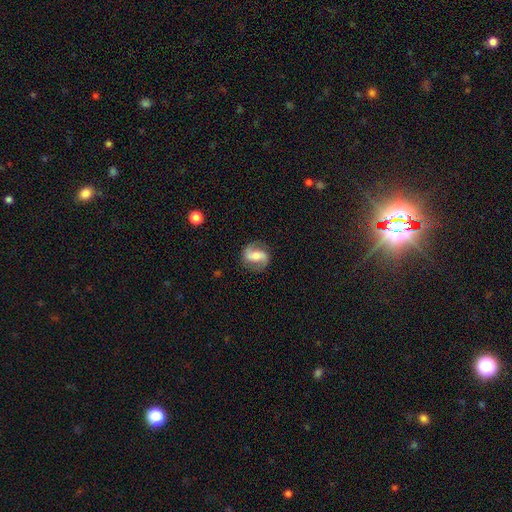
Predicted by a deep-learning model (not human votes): A featured or disk galaxy (78%) with a weak bar (38%), 2 (92%) medium (46%) spiral arms (95%) and a moderate central bulge (46%). Merging: none (81%).